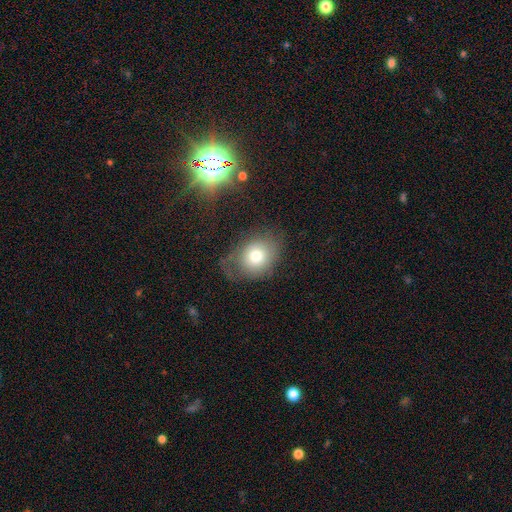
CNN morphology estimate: A smooth galaxy with no disk features (73%) that is round (50%).

Vote fractions:
- Smooth or featured? smooth: 73% / featured or disk: 17% / star or artifact: 10%
- How rounded? round: 50% / in between: 49% / cigar-shaped: 1%
- Merging? none: 57% / minor disturbance: 25% / major disturbance: 16% / merger: 2%